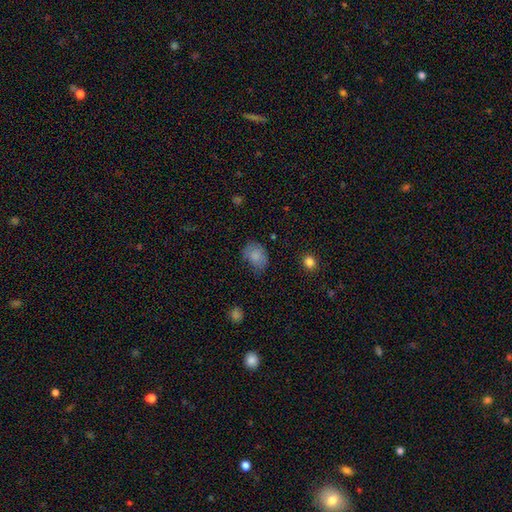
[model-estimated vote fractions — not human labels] The model was most divided on "merging": none: 56%, minor disturbance: 32%, major disturbance: 10%, merger: 2%. More confident: smooth or featured — smooth (82%); how rounded — in between (66%).